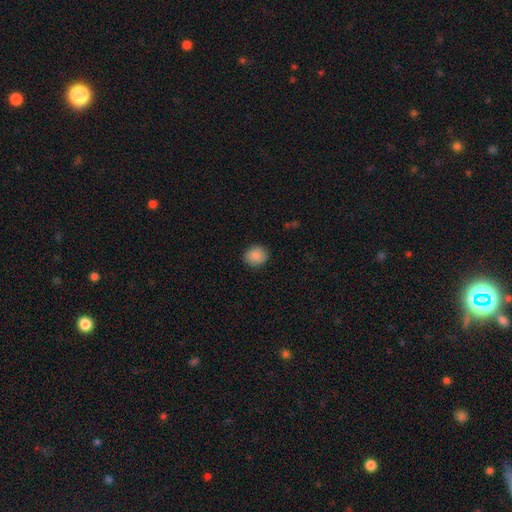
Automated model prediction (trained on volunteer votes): Overall: smooth (88%). How rounded: round (80%). Merging: none (89%).